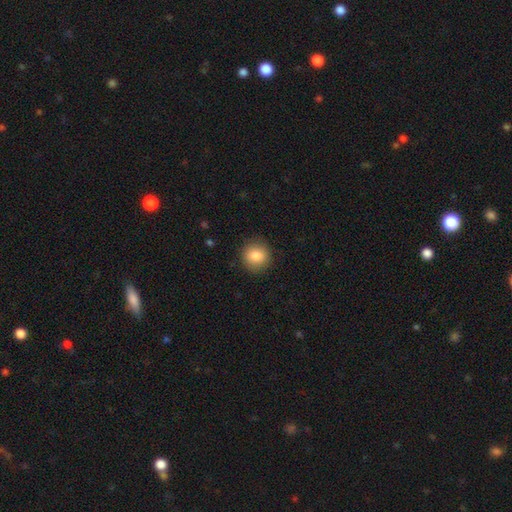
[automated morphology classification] The model was most divided on "smooth or featured": smooth: 85%, star or artifact: 9%, featured or disk: 6%. More confident: how rounded — round (90%); merging — none (90%).